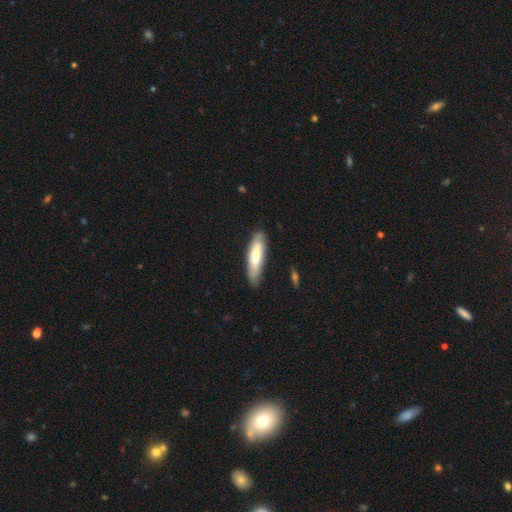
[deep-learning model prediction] A smooth galaxy with no disk features (67%) that is cigar-shaped (66%). Merging: none (79%).